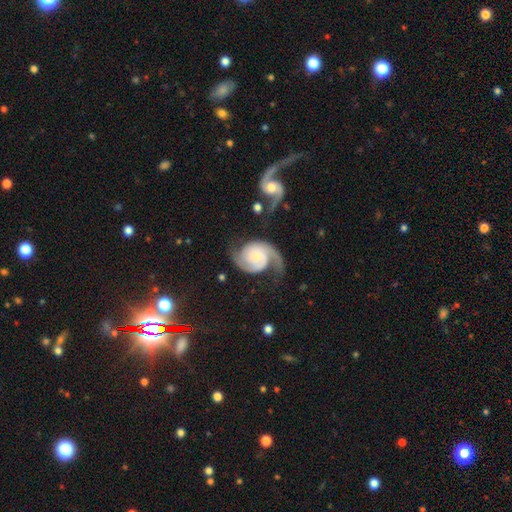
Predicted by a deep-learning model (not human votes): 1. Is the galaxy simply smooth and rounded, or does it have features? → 87% featured or disk, 8% smooth, 5% star or artifact.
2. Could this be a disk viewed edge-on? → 98% no, 2% yes.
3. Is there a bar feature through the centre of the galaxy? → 70% no, 24% weak, 6% strong.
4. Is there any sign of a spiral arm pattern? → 98% yes, 2% no.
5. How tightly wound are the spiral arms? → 45% medium, 31% tight, 25% loose.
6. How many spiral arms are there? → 87% 2, 5% 1, 3% can't tell, 2% 3, 1% 4, 1% more than 4.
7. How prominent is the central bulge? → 59% small, 19% moderate, 14% none, 5% large, 3% dominant.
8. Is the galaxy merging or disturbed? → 54% none, 20% minor disturbance, 19% major disturbance, 7% merger.